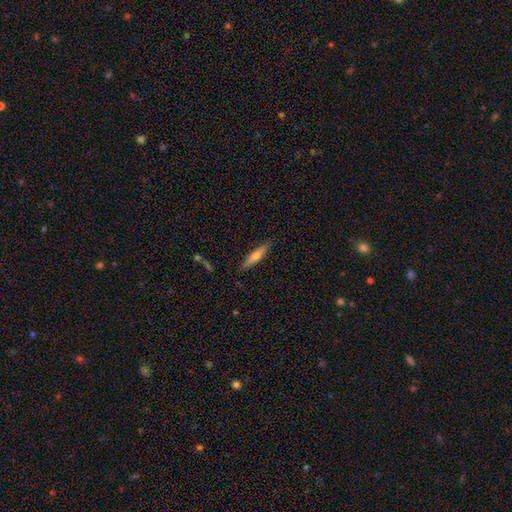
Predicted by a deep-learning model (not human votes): Morphology: type=smooth (48%); merging=none (88%).